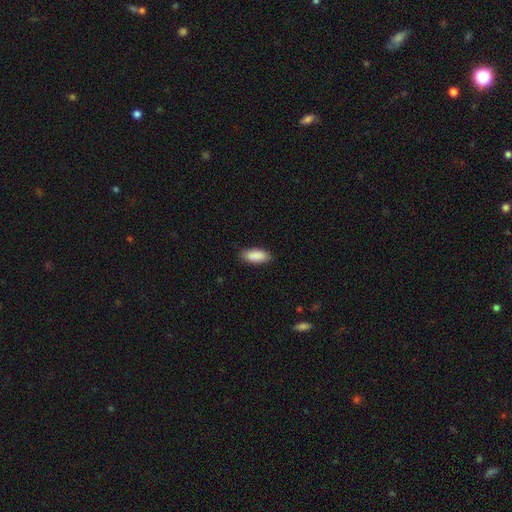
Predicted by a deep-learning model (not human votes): A smooth galaxy with no disk features (90%) that is in between round and cigar-shaped (83%).

Vote fractions:
- Smooth or featured? smooth: 90% / star or artifact: 6% / featured or disk: 4%
- How rounded? in between: 83% / cigar-shaped: 15% / round: 2%
- Merging? none: 88% / minor disturbance: 10% / major disturbance: 2% / merger: 1%